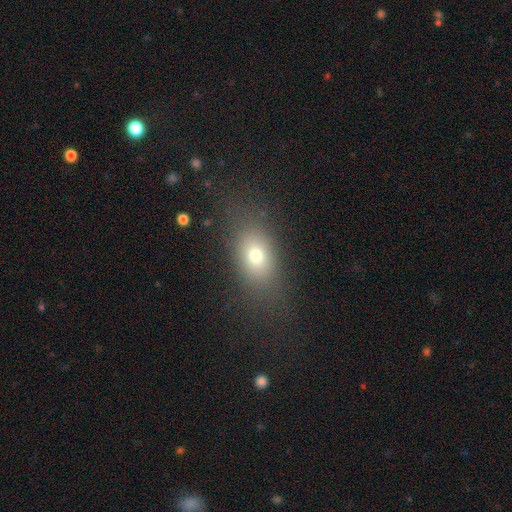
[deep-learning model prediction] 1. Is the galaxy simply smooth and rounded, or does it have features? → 71% smooth, 15% featured or disk, 14% star or artifact.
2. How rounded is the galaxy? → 74% in between, 21% round, 4% cigar-shaped.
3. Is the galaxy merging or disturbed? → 77% none, 13% minor disturbance, 8% major disturbance, 2% merger.